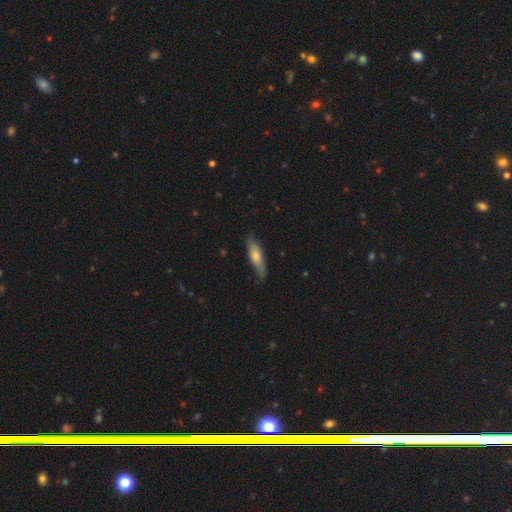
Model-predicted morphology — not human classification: Smooth or featured?
  - smooth: 64% *
  - featured or disk: 30%
  - star or artifact: 6%
How rounded?
  - cigar-shaped: 57% *
  - in between: 41%
  - round: 2%
Merging?
  - none: 70% *
  - minor disturbance: 24%
  - major disturbance: 5%
  - merger: 1%